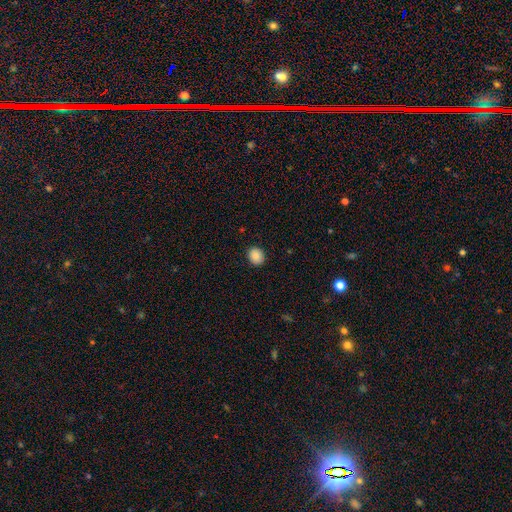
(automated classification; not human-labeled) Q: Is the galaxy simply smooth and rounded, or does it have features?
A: smooth — 87%.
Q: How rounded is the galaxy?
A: round — 66%.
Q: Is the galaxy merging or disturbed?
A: none — 90%.